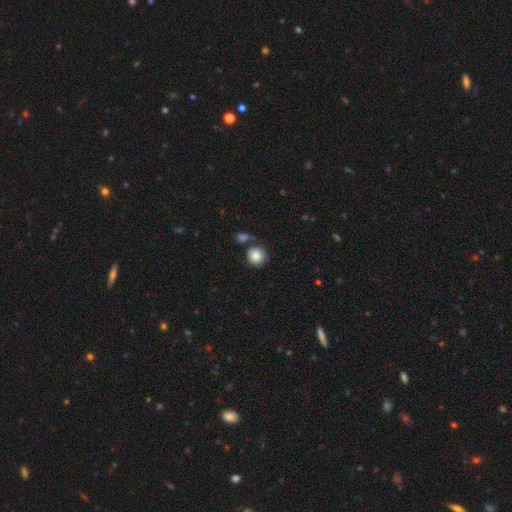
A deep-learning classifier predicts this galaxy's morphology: smooth-or-featured: smooth: 85% | star or artifact: 8% | featured or disk: 7%
  how-rounded: round: 91% | in between: 8% | cigar-shaped: 1%
  merging: none: 72% | merger: 13% | minor disturbance: 12% | major disturbance: 4%